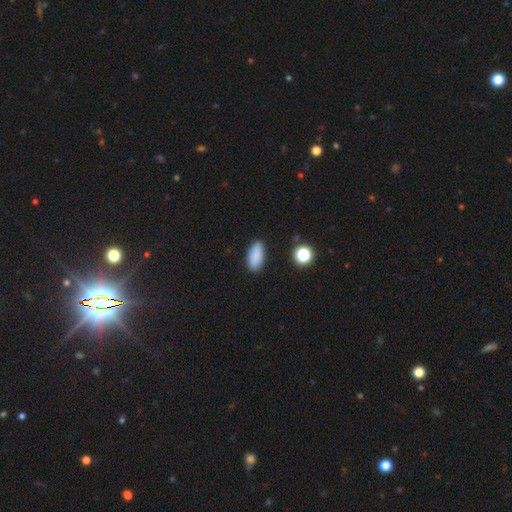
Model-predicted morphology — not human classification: A smooth galaxy with no disk features (87%) that is in between round and cigar-shaped (89%).

Vote fractions:
- Smooth or featured? smooth: 87% / star or artifact: 9% / featured or disk: 4%
- How rounded? in between: 89% / cigar-shaped: 8% / round: 3%
- Merging? none: 87% / minor disturbance: 9% / major disturbance: 2% / merger: 2%